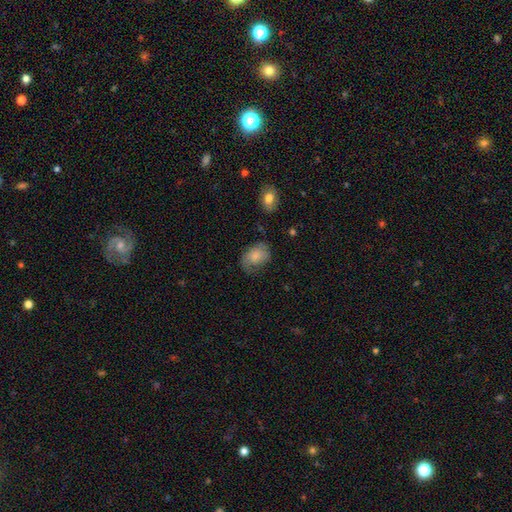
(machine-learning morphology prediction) smooth_or_featured: smooth (p=0.68) [alt: featured or disk p=0.24]
how_rounded: in between (p=0.72) [alt: round p=0.27]
merging: none (p=0.52) [alt: minor disturbance p=0.31]